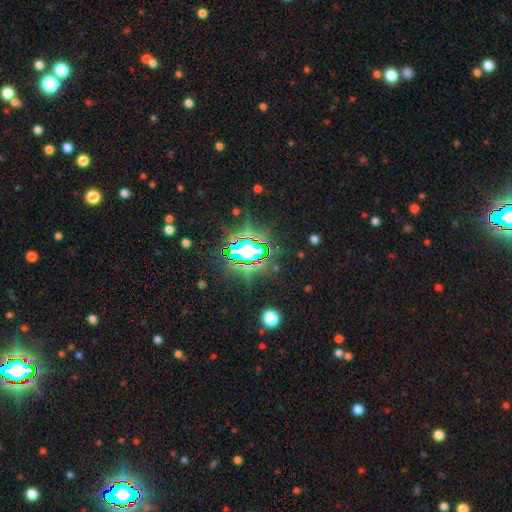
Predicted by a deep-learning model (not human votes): Smooth or featured?
  - star or artifact: 83% *
  - smooth: 10%
  - featured or disk: 7%